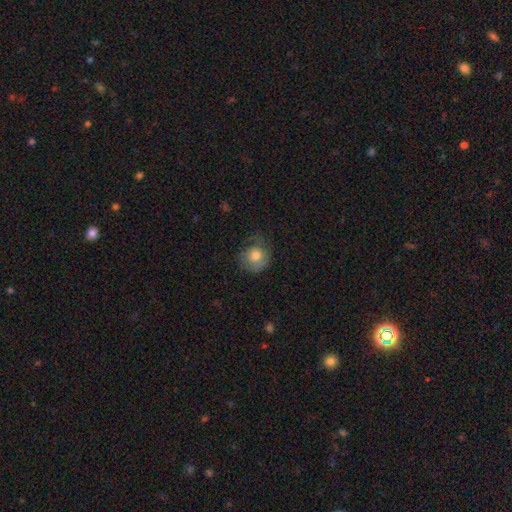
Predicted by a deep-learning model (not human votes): The model was most divided on "merging": none: 51%, minor disturbance: 29%, major disturbance: 19%, merger: 1%. More confident: how rounded — round (80%); smooth or featured — smooth (71%).